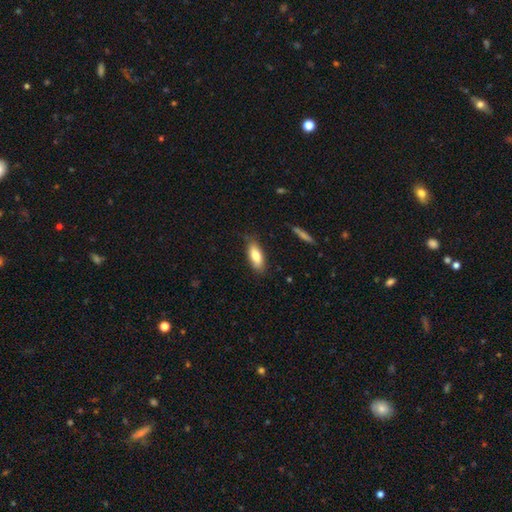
A smooth galaxy with no disk features (82%) that is in between round and cigar-shaped (71%). Merging: none (95%).